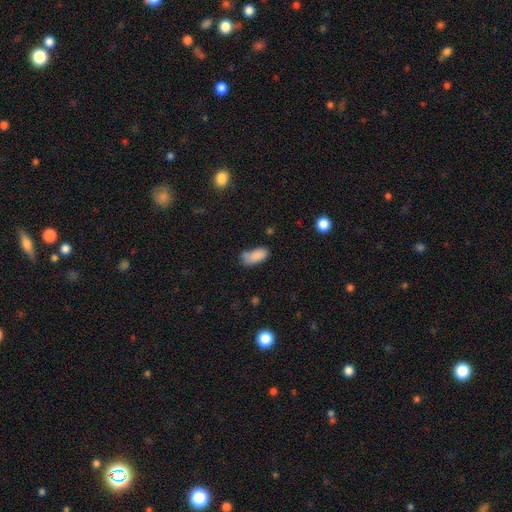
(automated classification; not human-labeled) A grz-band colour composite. It shows a smooth galaxy with no disk features (83%) that is in between round and cigar-shaped (89%). Merging: none (45%).